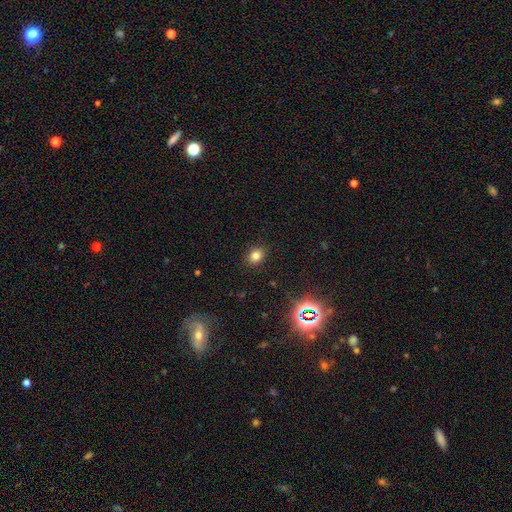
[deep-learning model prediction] Q: Smooth or featured?
A: smooth (79%); runner-up: star or artifact (15%)
Q: How rounded?
A: round (50%); runner-up: in between (49%)
Q: Merging?
A: none (88%); runner-up: minor disturbance (8%)